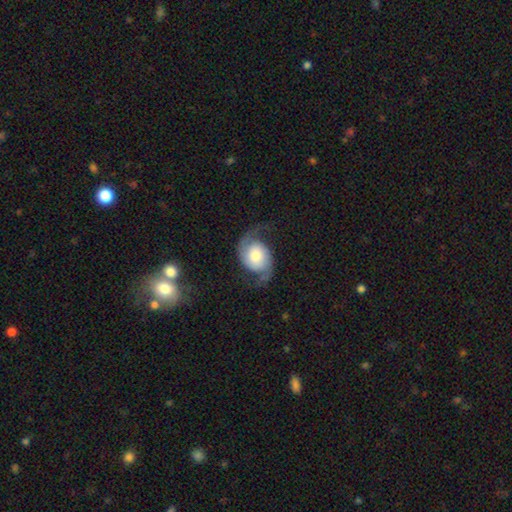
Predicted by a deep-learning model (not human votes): featured or disk 81%, smooth 13%, star or artifact 6%. Down the decision tree: edge-on disk — no (98%); bar — no (72%); spiral arms — yes (96%); spiral arm count — 2 (93%); spiral winding — loose (53%); bulge size — moderate (35%); merging — none (69%).